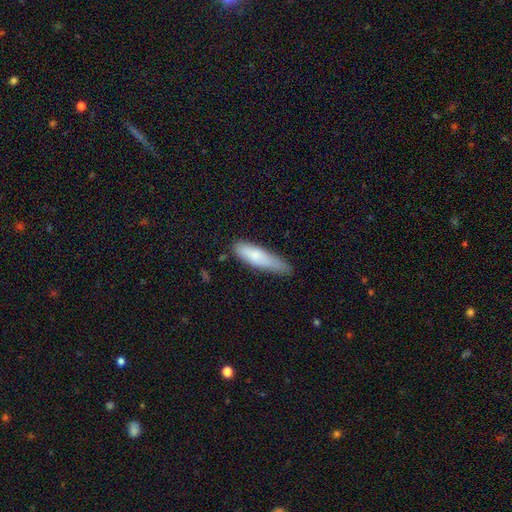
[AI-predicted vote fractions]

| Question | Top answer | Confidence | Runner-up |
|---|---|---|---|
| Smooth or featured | smooth | 76% | featured or disk (18%) |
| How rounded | cigar-shaped | 71% | in between (27%) |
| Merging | none | 50% | minor disturbance (37%) |